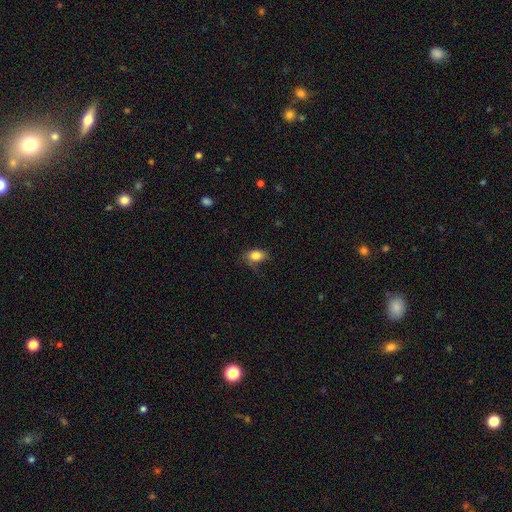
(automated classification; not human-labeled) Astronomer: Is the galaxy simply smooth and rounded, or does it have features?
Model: smooth — 84%.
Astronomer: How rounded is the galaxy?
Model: in between — 84%.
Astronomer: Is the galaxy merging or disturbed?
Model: none — 63%.